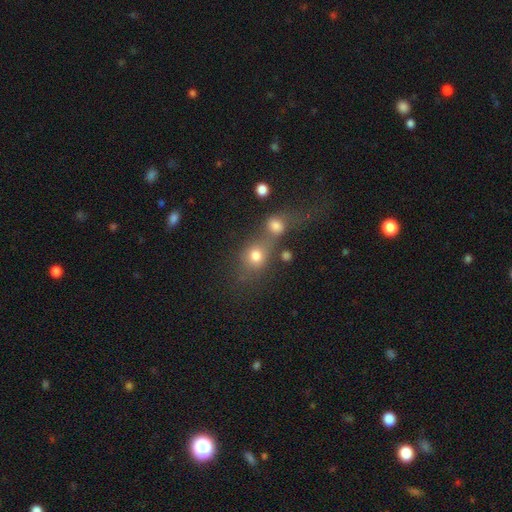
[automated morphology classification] A smooth galaxy with no disk features (76%) that is round (63%). Merging: merger (49%).